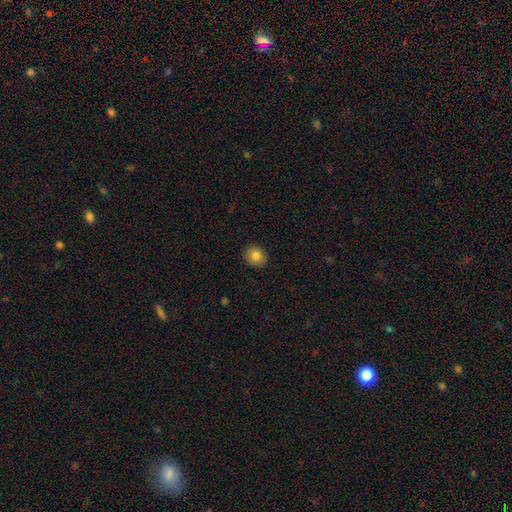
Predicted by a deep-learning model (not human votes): smooth 82%, star or artifact 9%, featured or disk 8%. Down the decision tree: how rounded — round (74%); merging — none (91%).